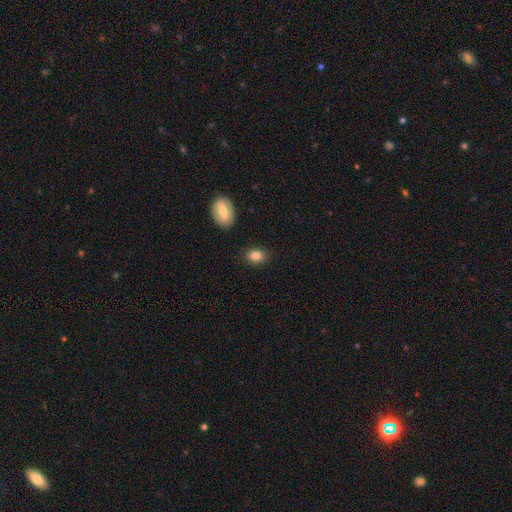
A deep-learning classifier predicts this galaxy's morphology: smooth-or-featured: smooth: 83% | star or artifact: 9% | featured or disk: 8%
  how-rounded: in between: 69% | round: 30% | cigar-shaped: 1%
  merging: none: 85% | minor disturbance: 10% | major disturbance: 2% | merger: 2%